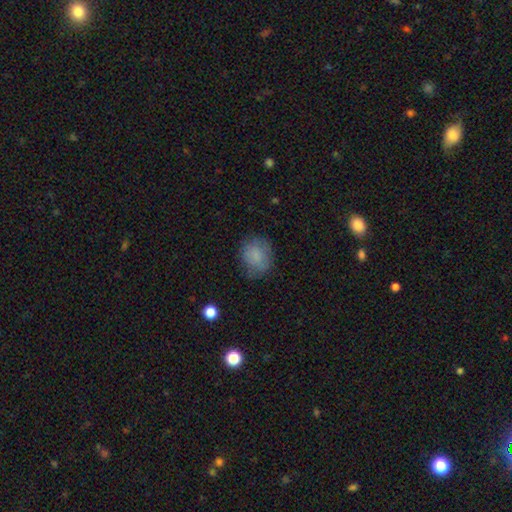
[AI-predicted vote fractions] Smooth or featured?
  - smooth: 78% *
  - featured or disk: 13%
  - star or artifact: 9%
How rounded?
  - round: 60% *
  - in between: 39%
  - cigar-shaped: 1%
Merging?
  - none: 68% *
  - minor disturbance: 23%
  - major disturbance: 8%
  - merger: 1%